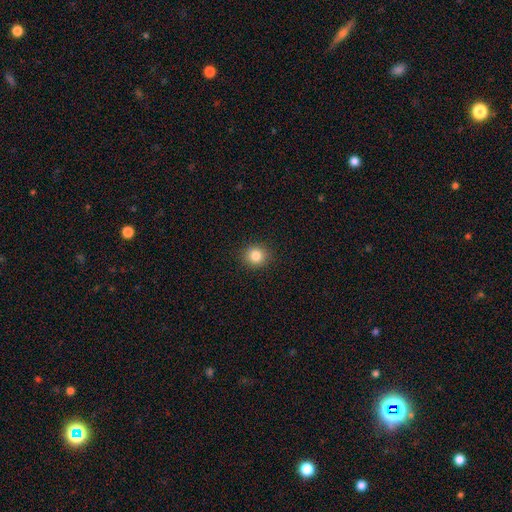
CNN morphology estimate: A smooth galaxy with no disk features (84%) that is round (87%). Merging: none (91%).